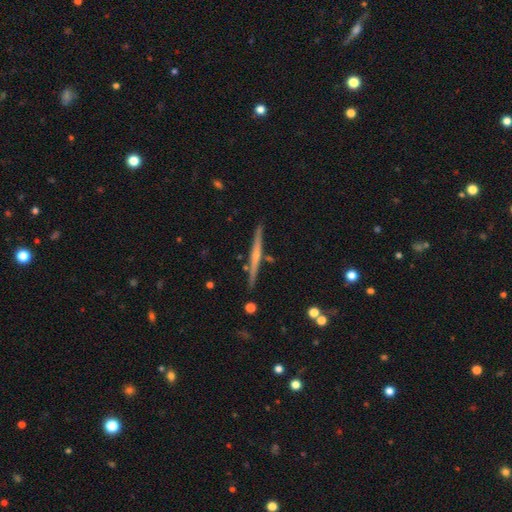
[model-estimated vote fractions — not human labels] The model was most divided on "edge-on bulge": rounded: 51%, none: 44%, boxy: 6%. More confident: edge-on disk — yes (98%); merging — none (88%); smooth or featured — featured or disk (68%).